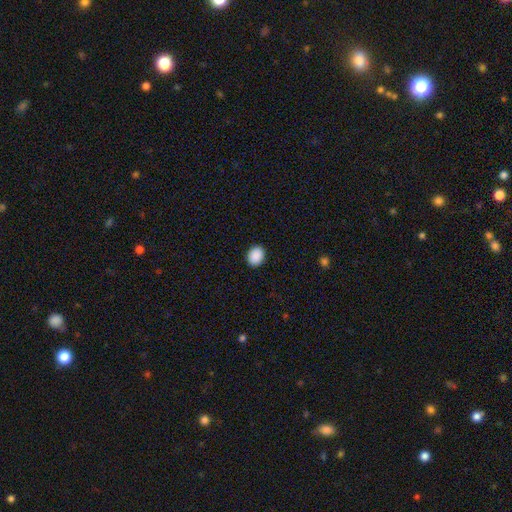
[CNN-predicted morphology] This is clearly a smooth galaxy (90%). How rounded: possibly round (50%). Merging: clearly none (91%).